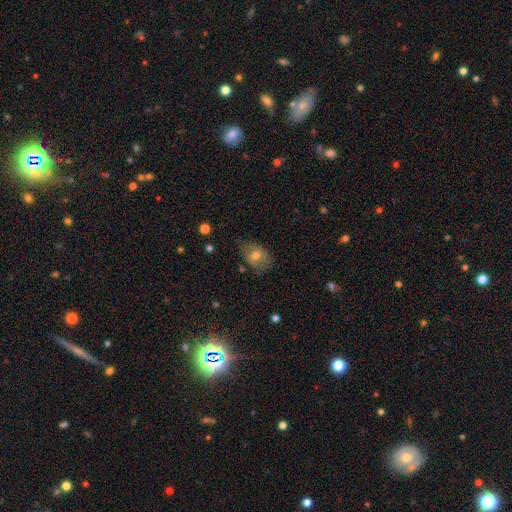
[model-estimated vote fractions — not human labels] Overall: smooth (67%). How rounded: in between (78%). Merging: none (71%).